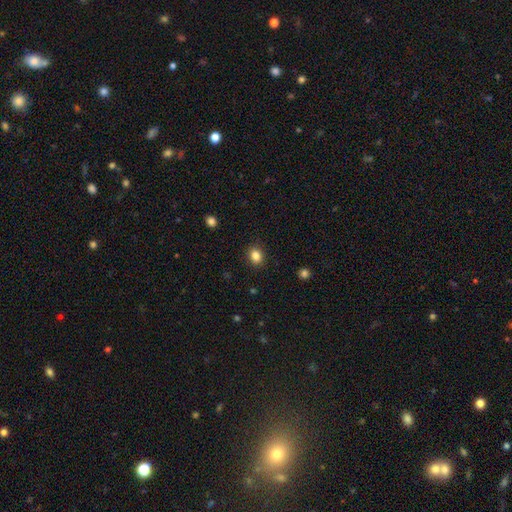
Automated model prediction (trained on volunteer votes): Smooth or featured? Predicted: smooth (p=0.84). How rounded? Predicted: round (p=0.56). Merging? Predicted: none (p=0.89).